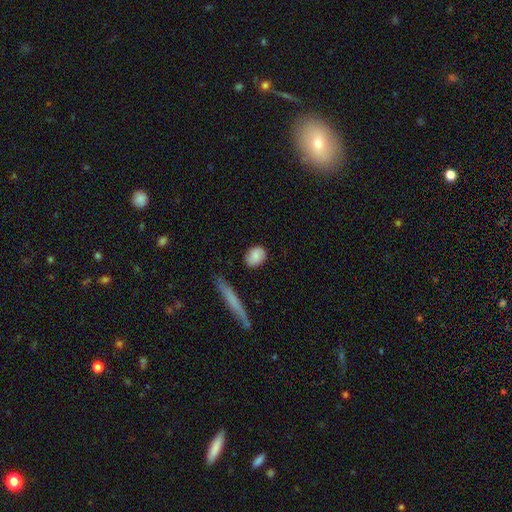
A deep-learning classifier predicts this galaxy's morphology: smooth-or-featured: smooth: 80% | featured or disk: 13% | star or artifact: 7%
  how-rounded: in between: 58% | round: 39% | cigar-shaped: 3%
  merging: none: 82% | minor disturbance: 13% | major disturbance: 3% | merger: 2%